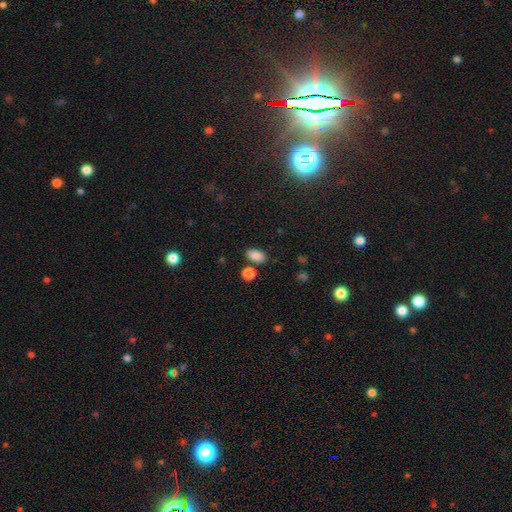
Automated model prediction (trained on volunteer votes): This appears to be a smooth galaxy with no disk features (86%) that is in between round and cigar-shaped (88%). Merging: none (75%).